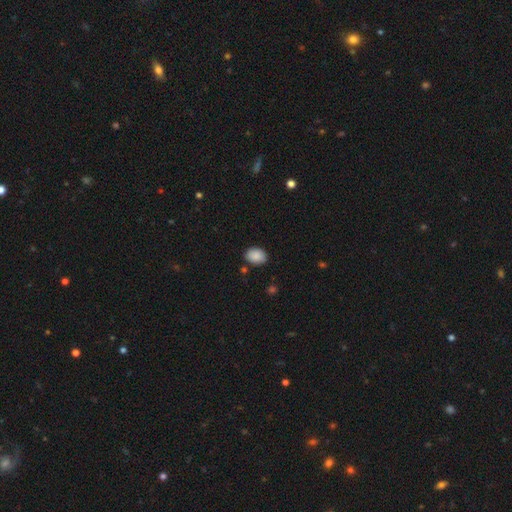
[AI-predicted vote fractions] smooth 88%, star or artifact 7%, featured or disk 4%. Down the decision tree: how rounded — in between (74%); merging — none (82%).